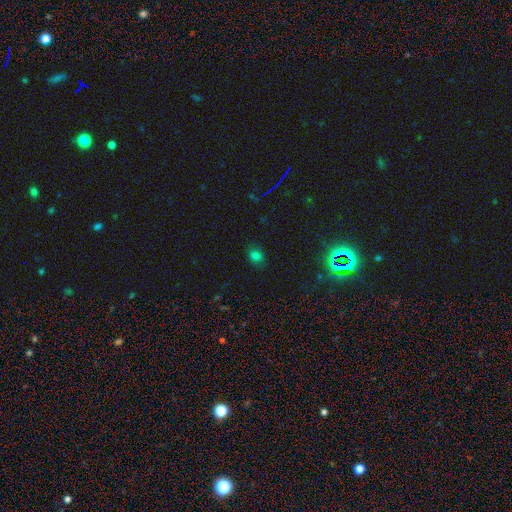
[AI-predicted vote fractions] Overall: smooth (69%). How rounded: in between (54%; round 44%). Merging: none (78%).